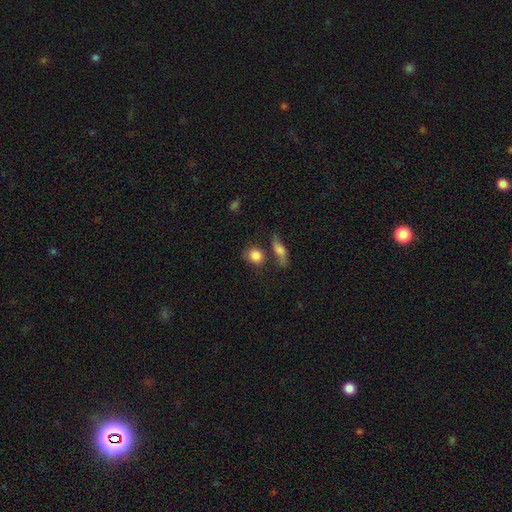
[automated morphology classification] smooth 84%, star or artifact 8%, featured or disk 7%. Down the decision tree: how rounded — round (70%); merging — none (64%).